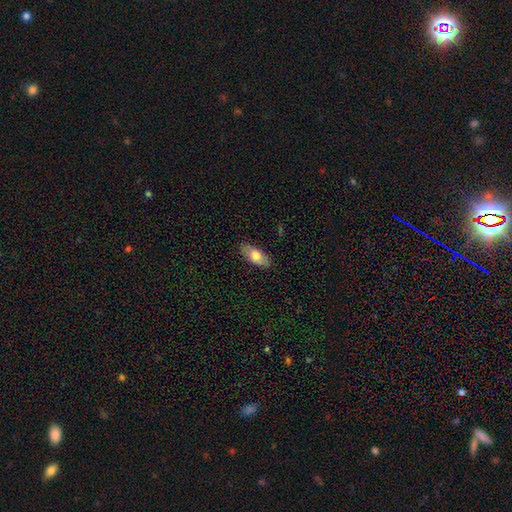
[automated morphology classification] Smooth or featured? Predicted: smooth (p=0.74). How rounded? Predicted: in between (p=0.86). Merging? Predicted: none (p=0.85).